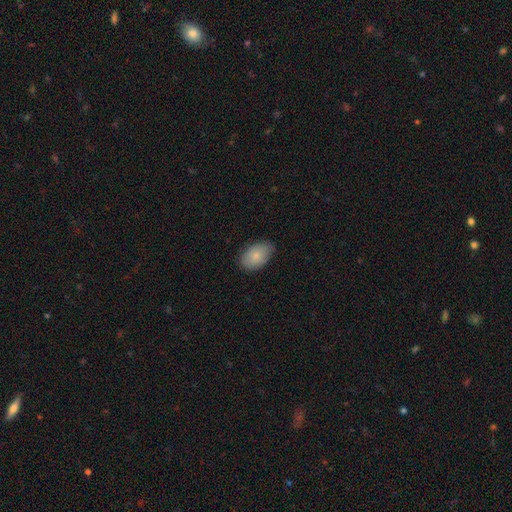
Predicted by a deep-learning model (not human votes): smooth 83%, featured or disk 10%, star or artifact 6%. Down the decision tree: how rounded — in between (91%); merging — none (80%).